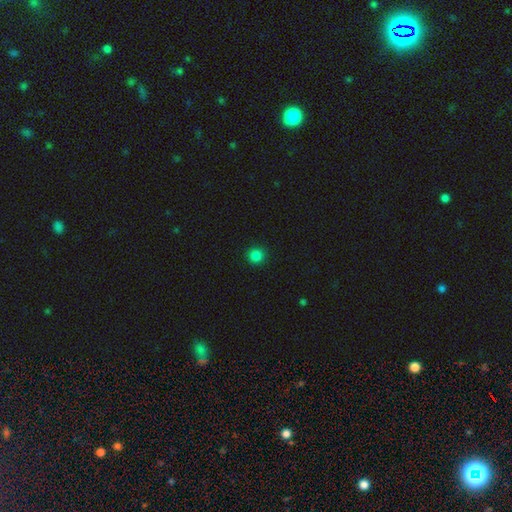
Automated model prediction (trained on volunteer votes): smooth-or-featured: smooth: 84% | star or artifact: 13% | featured or disk: 3%
  how-rounded: round: 94% | in between: 5% | cigar-shaped: 1%
  merging: none: 92% | minor disturbance: 5% | major disturbance: 2% | merger: 1%